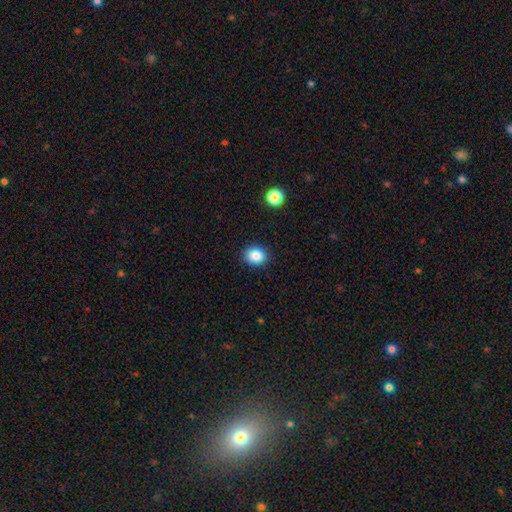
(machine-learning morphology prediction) Q: Smooth or featured?
A: smooth (85%); runner-up: star or artifact (10%)
Q: How rounded?
A: round (62%); runner-up: in between (37%)
Q: Merging?
A: none (90%); runner-up: minor disturbance (7%)